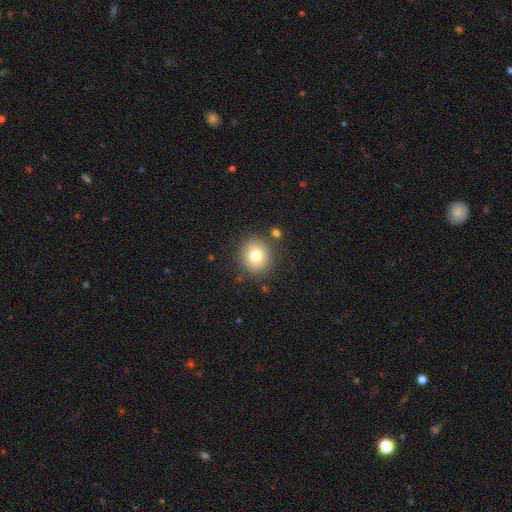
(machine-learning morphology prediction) Smooth or featured?
  - smooth: 78% *
  - star or artifact: 12%
  - featured or disk: 11%
How rounded?
  - round: 86% *
  - in between: 13%
  - cigar-shaped: 1%
Merging?
  - none: 86% *
  - minor disturbance: 8%
  - merger: 4%
  - major disturbance: 3%